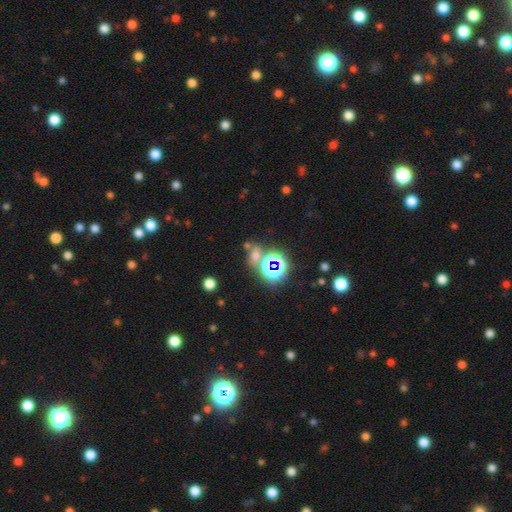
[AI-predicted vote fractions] Smooth or featured: star or artifact — 50% (smooth — 38%)